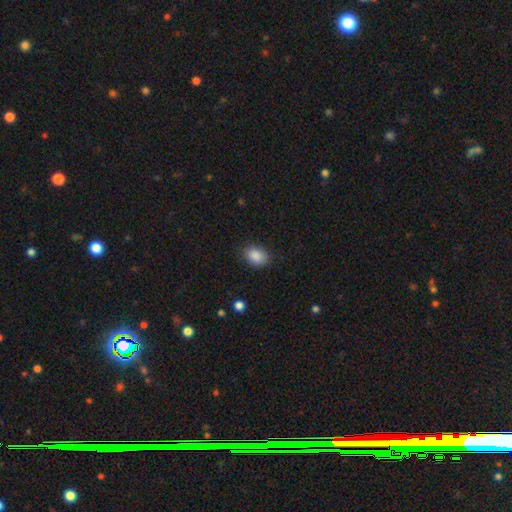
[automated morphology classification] smooth-or-featured: smooth: 88% | star or artifact: 8% | featured or disk: 4%
  how-rounded: in between: 74% | round: 25% | cigar-shaped: 1%
  merging: none: 84% | minor disturbance: 12% | major disturbance: 3% | merger: 1%